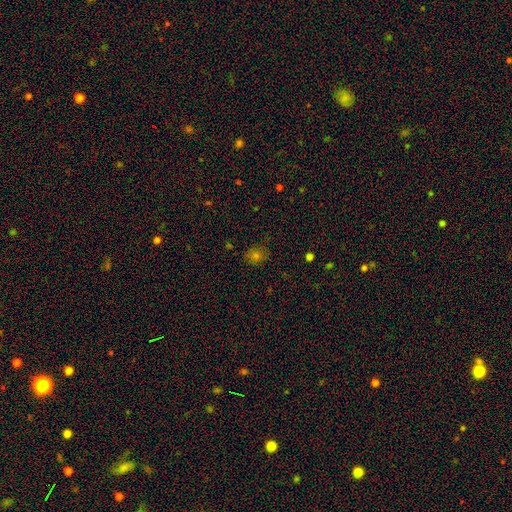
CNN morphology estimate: smooth_or_featured: smooth (p=0.68) [alt: star or artifact p=0.23]
how_rounded: round (p=0.69) [alt: in between p=0.30]
merging: none (p=0.81) [alt: minor disturbance p=0.14]